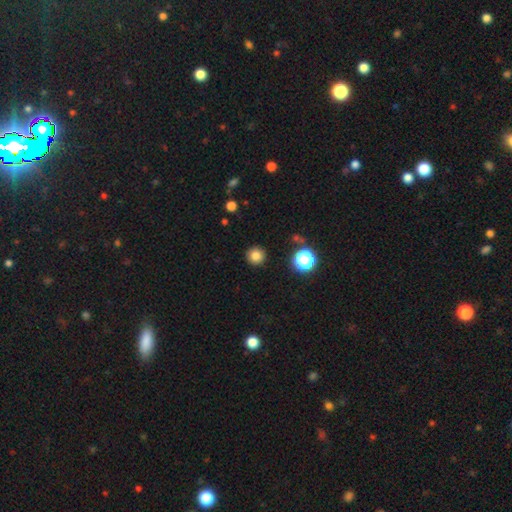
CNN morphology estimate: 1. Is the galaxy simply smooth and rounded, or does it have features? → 81% smooth, 13% star or artifact, 5% featured or disk.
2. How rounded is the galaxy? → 95% round, 4% in between, 1% cigar-shaped.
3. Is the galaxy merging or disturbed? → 91% none, 5% minor disturbance, 2% major disturbance, 1% merger.